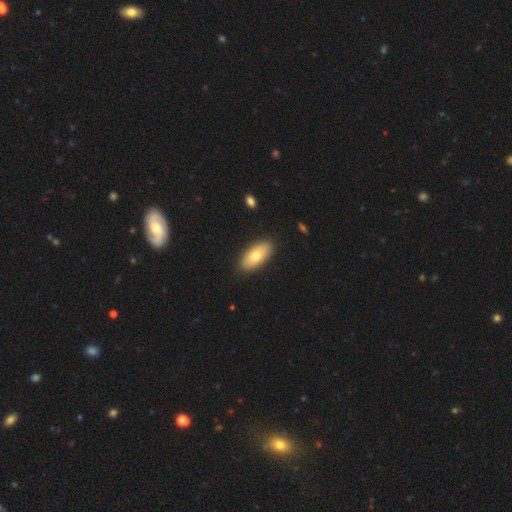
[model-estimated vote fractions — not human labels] smooth_or_featured: smooth (p=0.73) [alt: featured or disk p=0.21]
how_rounded: in between (p=0.89) [alt: cigar-shaped p=0.08]
merging: none (p=0.88) [alt: minor disturbance p=0.08]